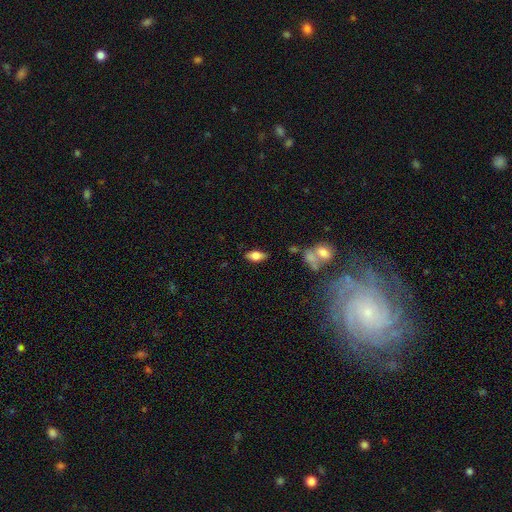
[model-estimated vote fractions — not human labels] A smooth galaxy with no disk features (62%) that is in between round and cigar-shaped (81%).

Vote fractions:
- Smooth or featured? smooth: 62% / featured or disk: 30% / star or artifact: 8%
- How rounded? in between: 81% / cigar-shaped: 15% / round: 4%
- Merging? none: 84% / minor disturbance: 11% / major disturbance: 3% / merger: 2%